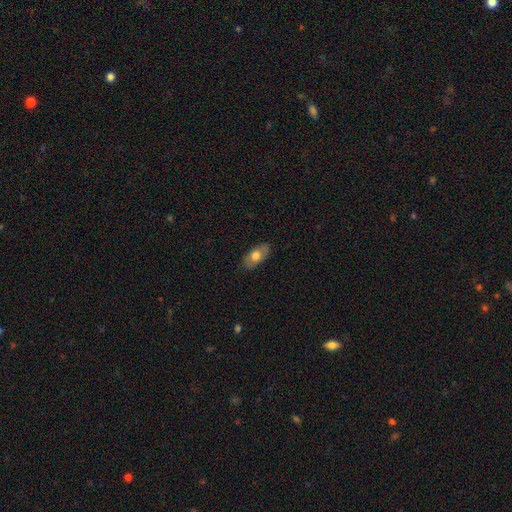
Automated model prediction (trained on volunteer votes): Morphology: type=smooth (69%); roundness=in between (90%); merging=none (84%).